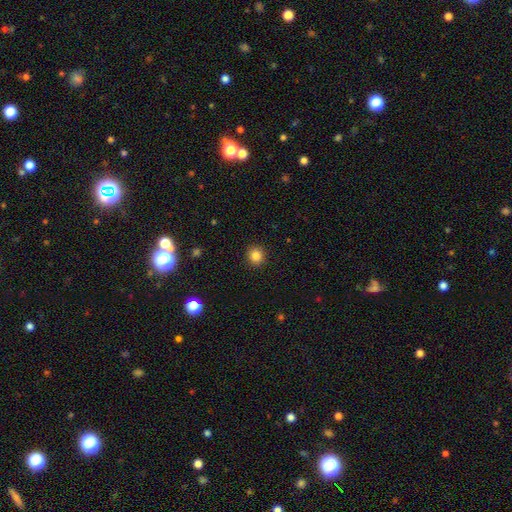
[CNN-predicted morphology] Smooth or featured? smooth (85%)
How rounded? round (88%)
Merging? none (92%)